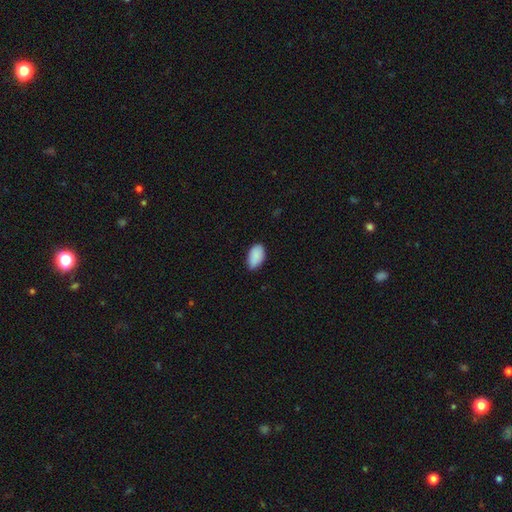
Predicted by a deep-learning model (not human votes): This appears to be a smooth galaxy with no disk features (89%) that is in between round and cigar-shaped (94%). Merging: none (74%).